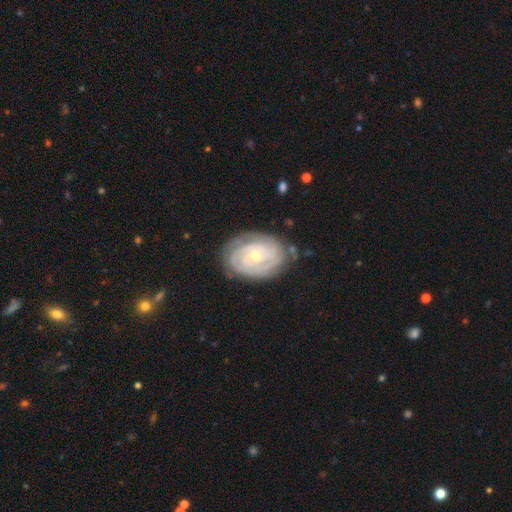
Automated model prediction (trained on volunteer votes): Smooth or featured? featured or disk (85%)
Edge-on disk? no (96%)
Bar? no (71%)
Spiral arms? yes (95%)
Spiral winding? tight (83%)
Spiral arm count? can't tell (34%)
Bulge size? small (53%)
Merging? none (77%)